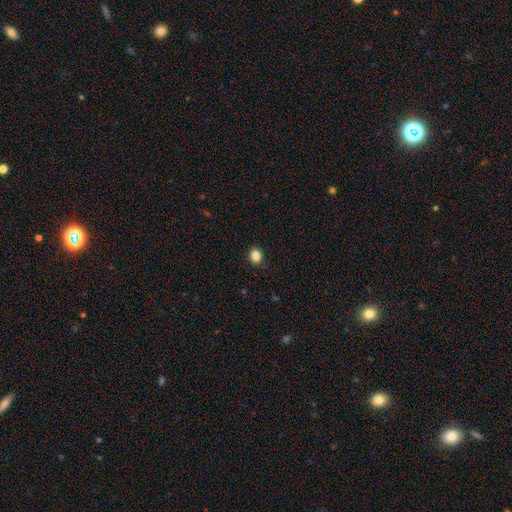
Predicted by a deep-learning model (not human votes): smooth-or-featured: smooth: 86% | star or artifact: 10% | featured or disk: 4%
  how-rounded: round: 50% | in between: 49% | cigar-shaped: 1%
  merging: none: 86% | minor disturbance: 10% | major disturbance: 2% | merger: 1%